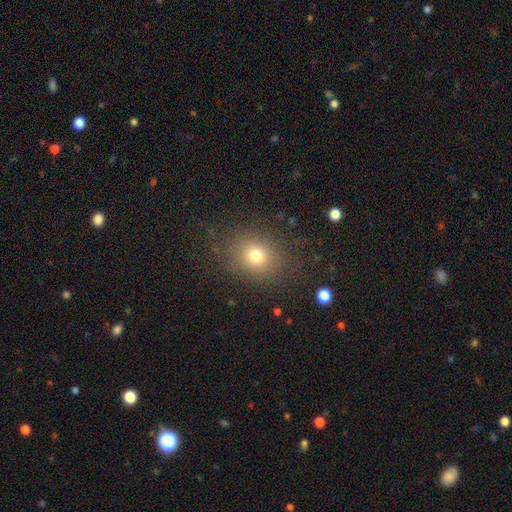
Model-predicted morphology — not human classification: The model was most divided on "how rounded": round: 64%, in between: 35%, cigar-shaped: 1%. More confident: merging — none (84%); smooth or featured — smooth (75%).